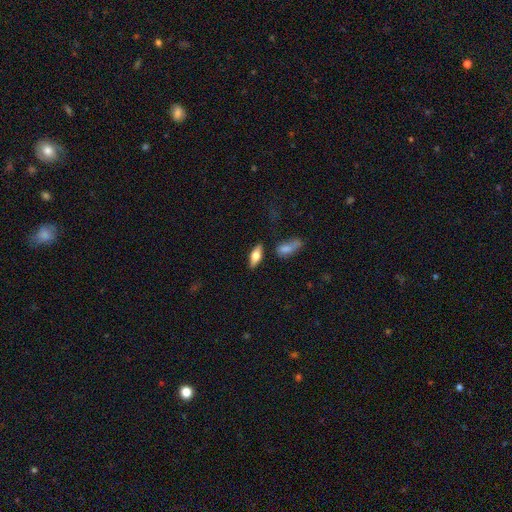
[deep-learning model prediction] Smooth or featured? Predicted: smooth (p=0.60). How rounded? Predicted: in between (p=0.77). Merging? Predicted: none (p=0.81).